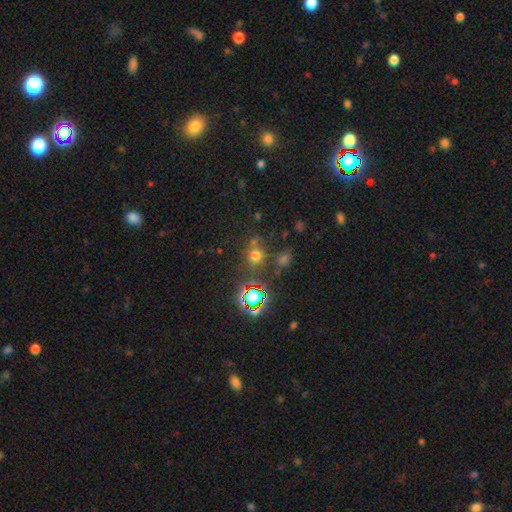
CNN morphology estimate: Smooth or featured: smooth — 61% (star or artifact — 31%)
How rounded: round — 81% (in between — 18%)
Merging: none — 69% (merger — 12%)